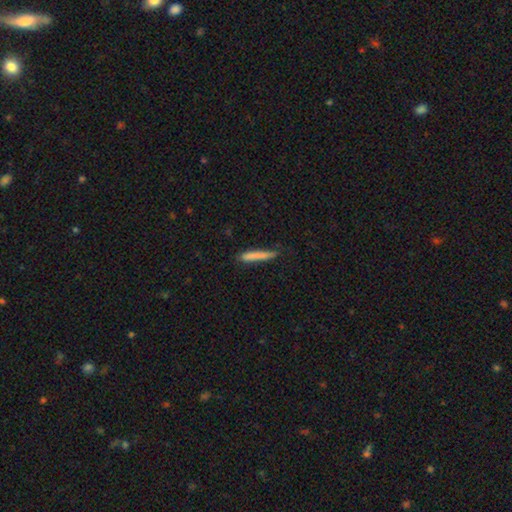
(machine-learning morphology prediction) Smooth or featured? Predicted: smooth (p=0.79). How rounded? Predicted: cigar-shaped (p=0.94). Merging? Predicted: none (p=0.79).